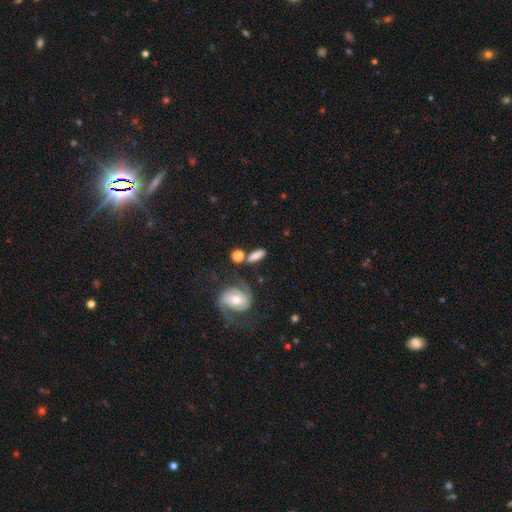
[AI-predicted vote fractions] A smooth galaxy with no disk features (66%) that is in between round and cigar-shaped (58%).

Vote fractions:
- Smooth or featured? smooth: 66% / featured or disk: 26% / star or artifact: 9%
- How rounded? in between: 58% / cigar-shaped: 31% / round: 12%
- Merging? none: 62% / minor disturbance: 18% / merger: 13% / major disturbance: 7%